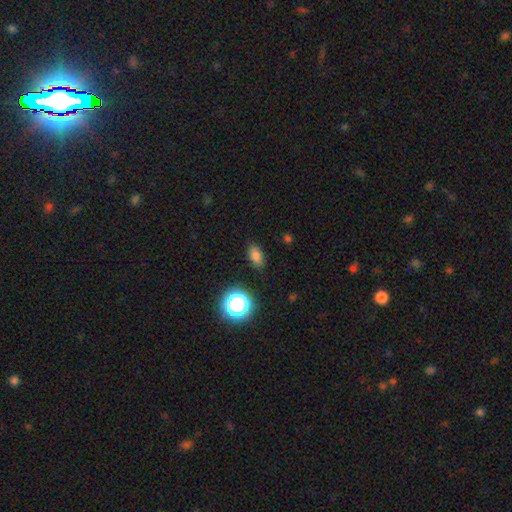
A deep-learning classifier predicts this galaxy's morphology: Smooth or featured?
  - smooth: 78% *
  - star or artifact: 15%
  - featured or disk: 7%
How rounded?
  - in between: 82% *
  - round: 15%
  - cigar-shaped: 4%
Merging?
  - none: 85% *
  - minor disturbance: 11%
  - major disturbance: 3%
  - merger: 2%